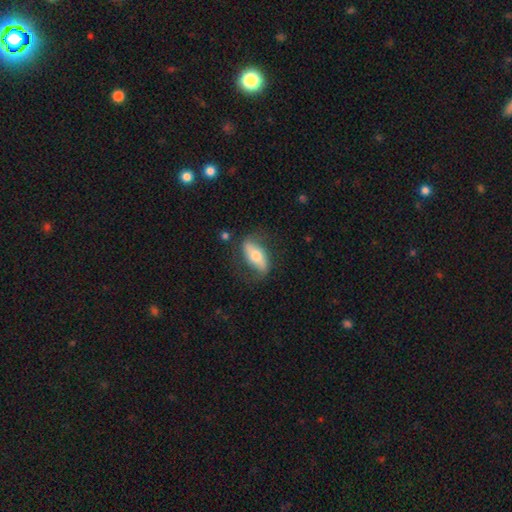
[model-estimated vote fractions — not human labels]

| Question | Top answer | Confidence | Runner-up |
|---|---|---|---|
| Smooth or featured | featured or disk | 50% | smooth (44%) |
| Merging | none | 70% | minor disturbance (19%) |